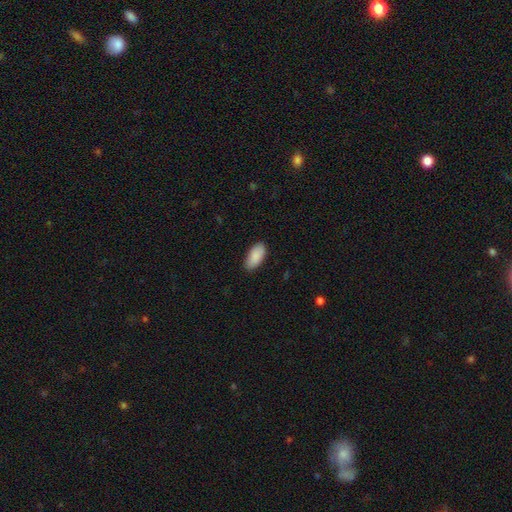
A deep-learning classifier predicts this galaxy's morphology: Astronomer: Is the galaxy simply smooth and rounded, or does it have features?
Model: smooth — 90%.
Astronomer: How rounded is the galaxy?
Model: in between — 93%.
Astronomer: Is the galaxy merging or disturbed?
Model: none — 85%.